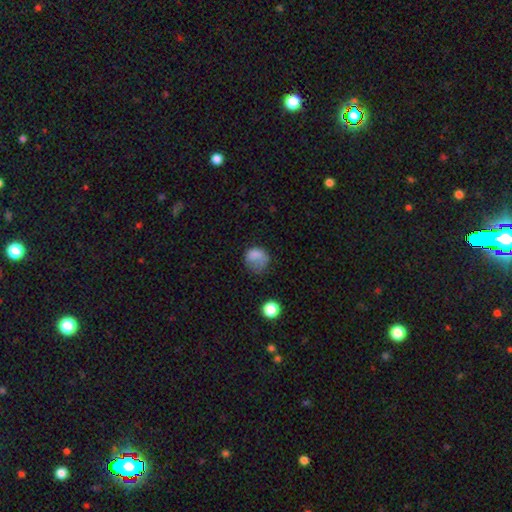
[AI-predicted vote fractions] Smooth or featured: smooth — 75% (featured or disk — 14%)
How rounded: round — 67% (in between — 32%)
Merging: none — 35% (major disturbance — 33%)